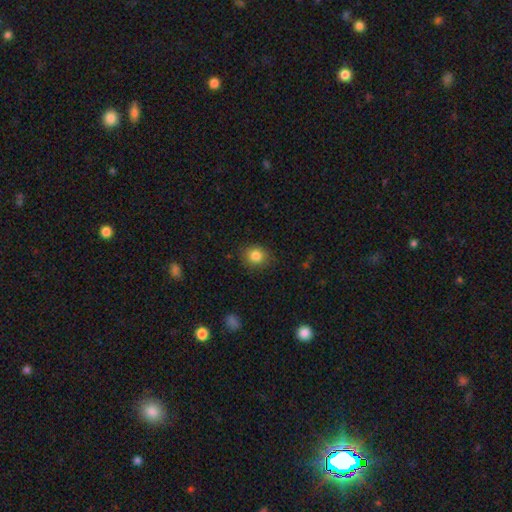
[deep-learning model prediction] Smooth or featured? Predicted: smooth (p=0.84). How rounded? Predicted: round (p=0.76). Merging? Predicted: none (p=0.84).